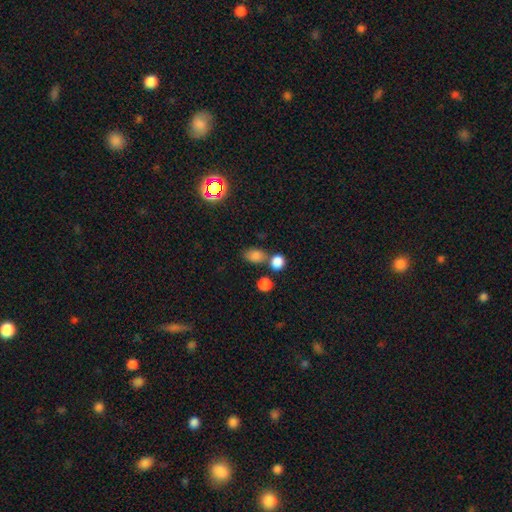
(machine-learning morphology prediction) This is clearly a smooth galaxy (80%). How rounded: likely in between (70%). Merging: possibly none (56%).